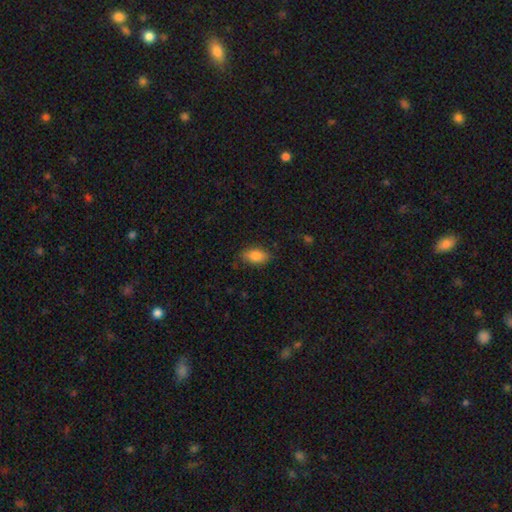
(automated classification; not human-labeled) Overall: smooth (85%). How rounded: in between (91%). Merging: none (80%).